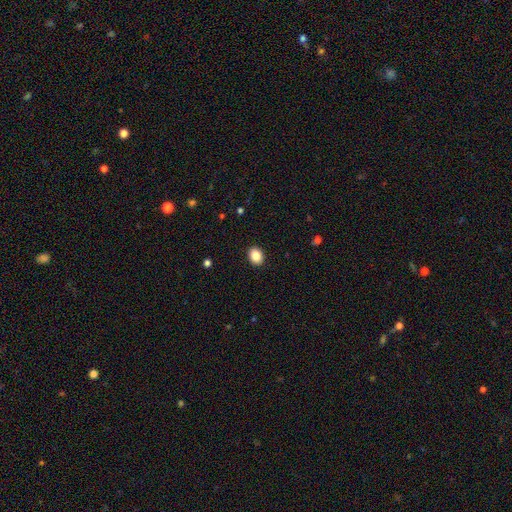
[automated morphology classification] Smooth or featured: smooth — 87% (star or artifact — 9%)
How rounded: in between — 64% (round — 35%)
Merging: none — 91% (minor disturbance — 6%)